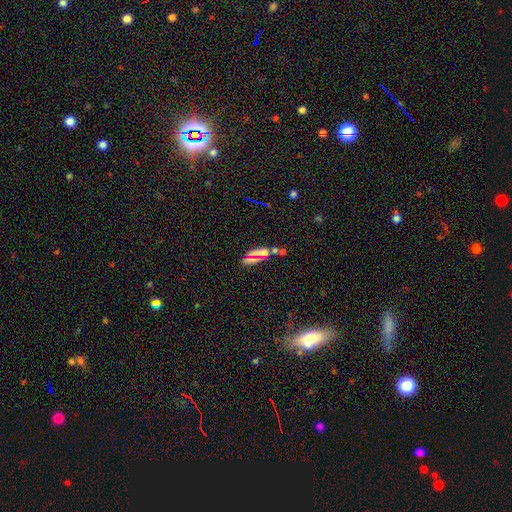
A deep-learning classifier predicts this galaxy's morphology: Smooth or featured: smooth — 53% (star or artifact — 33%)
How rounded: in between — 57% (cigar-shaped — 31%)
Merging: none — 68% (minor disturbance — 15%)